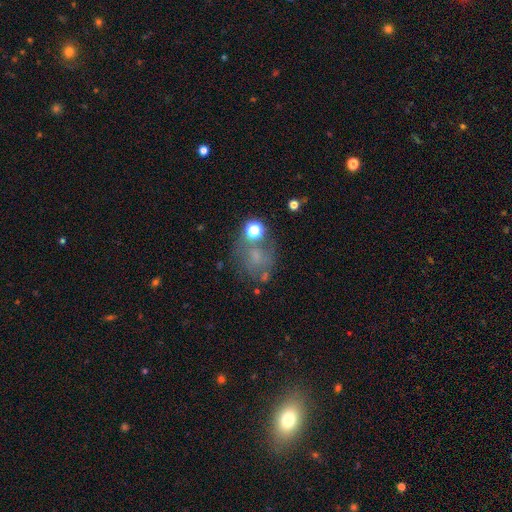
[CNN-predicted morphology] smooth-or-featured: smooth: 42% | featured or disk: 34% | star or artifact: 24%
  merging: none: 51% | minor disturbance: 19% | major disturbance: 18% | merger: 12%